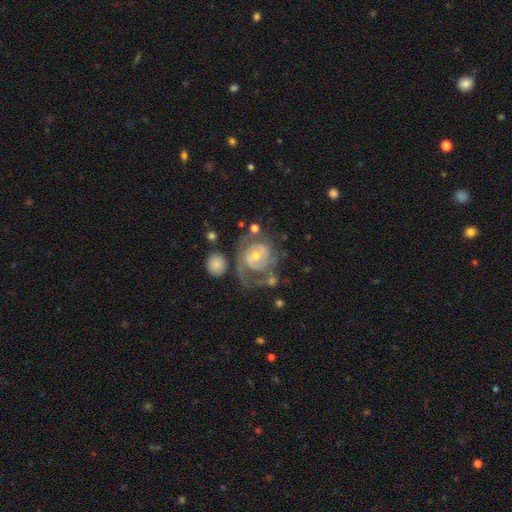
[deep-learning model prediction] smooth_or_featured: featured or disk (p=0.82) [alt: smooth p=0.12]
disk_edge_on: no (p=0.98) [alt: yes p=0.02]
bar: no (p=0.63) [alt: weak p=0.29]
has_spiral_arms: yes (p=0.87) [alt: no p=0.13]
spiral_winding: tight (p=0.58) [alt: medium p=0.31]
spiral_arm_count: 2 (p=0.46) [alt: can't tell p=0.25]
bulge_size: moderate (p=0.54) [alt: small p=0.40]
merging: none (p=0.43) [alt: major disturbance p=0.27]